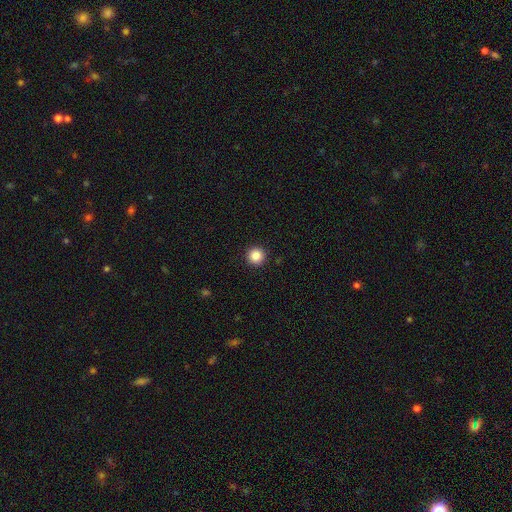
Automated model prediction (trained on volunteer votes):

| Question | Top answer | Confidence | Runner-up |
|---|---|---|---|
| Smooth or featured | smooth | 87% | star or artifact (10%) |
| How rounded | round | 96% | in between (3%) |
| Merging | none | 93% | minor disturbance (4%) |